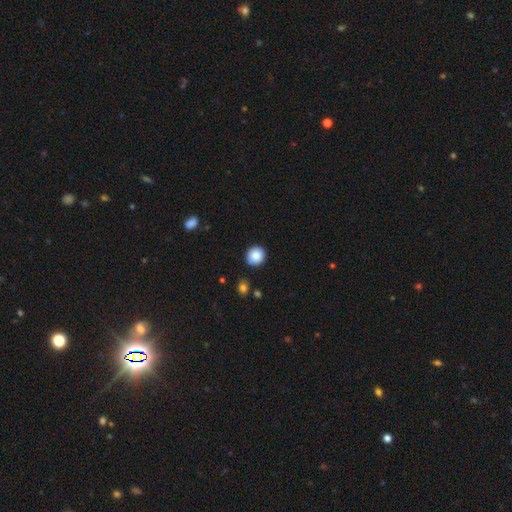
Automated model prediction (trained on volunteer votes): This is clearly a smooth galaxy (87%). How rounded: clearly round (90%). Merging: clearly none (88%).